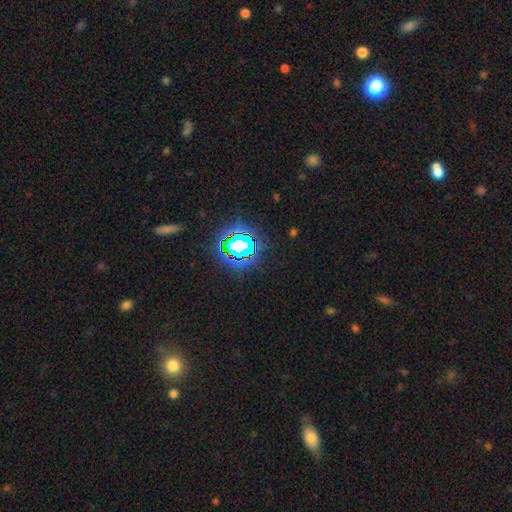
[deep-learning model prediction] The model was most divided on "smooth or featured": star or artifact: 77%, smooth: 15%, featured or disk: 8%.